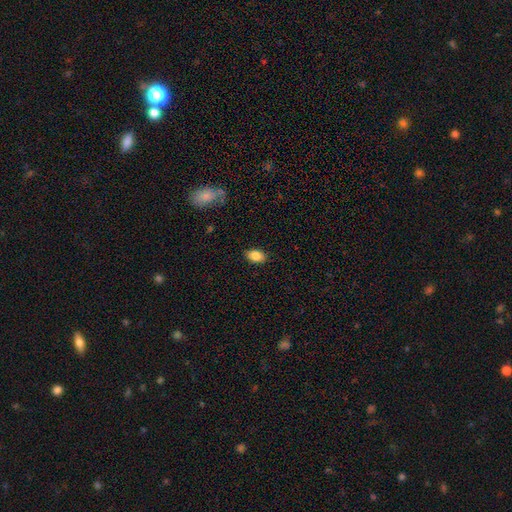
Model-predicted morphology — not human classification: Smooth or featured? Predicted: smooth (p=0.84). How rounded? Predicted: in between (p=0.87). Merging? Predicted: none (p=0.87).